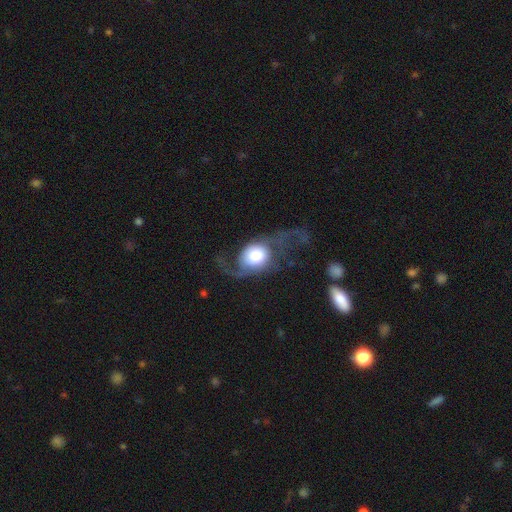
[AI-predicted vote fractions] Smooth or featured?
  - featured or disk: 56% *
  - smooth: 36%
  - star or artifact: 8%
Edge-on disk?
  - no: 92% *
  - yes: 8%
Bar?
  - no: 77% *
  - weak: 18%
  - strong: 5%
Spiral arms?
  - yes: 76% *
  - no: 24%
Bulge size?
  - large: 42% *
  - dominant: 40%
  - moderate: 12%
  - small: 4%
  - none: 2%
Merging?
  - major disturbance: 44% *
  - none: 34%
  - minor disturbance: 19%
  - merger: 3%